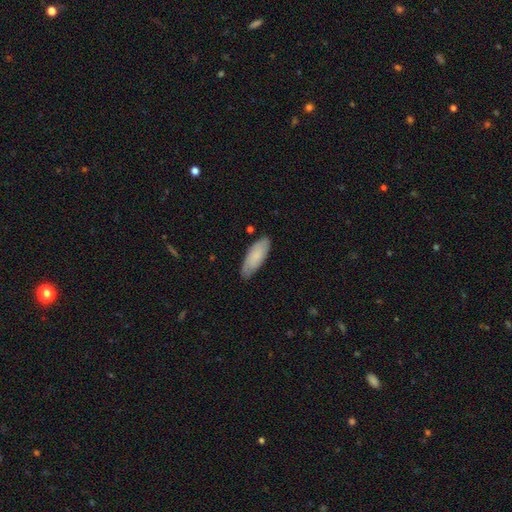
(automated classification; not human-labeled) This is likely a smooth galaxy (76%). How rounded: likely in between (73%). Merging: likely none (73%).